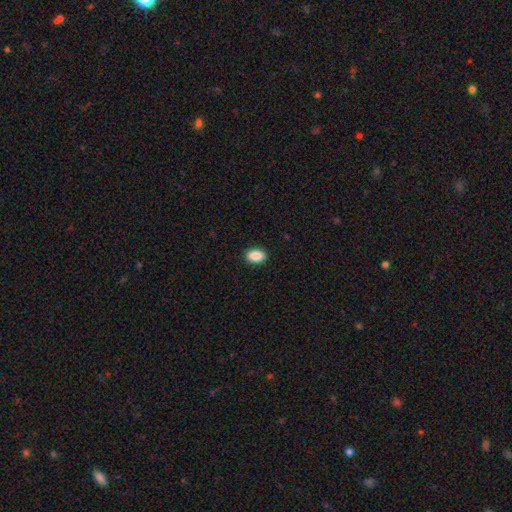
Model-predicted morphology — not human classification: This appears to be a smooth galaxy with no disk features (90%) that is in between round and cigar-shaped (89%). Merging: none (90%).